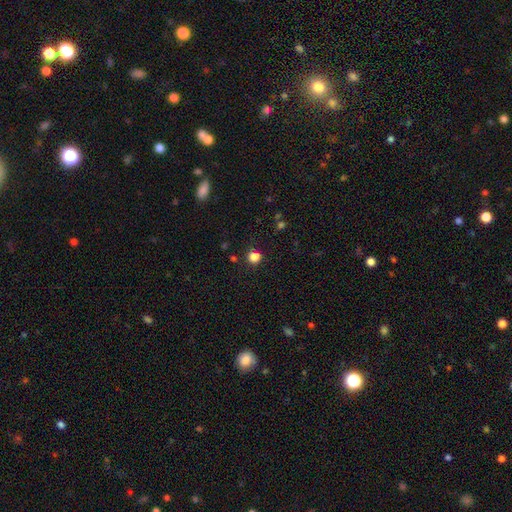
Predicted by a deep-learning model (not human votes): smooth_or_featured: smooth (p=0.80) [alt: star or artifact p=0.16]
how_rounded: round (p=0.87) [alt: in between p=0.12]
merging: none (p=0.83) [alt: minor disturbance p=0.09]